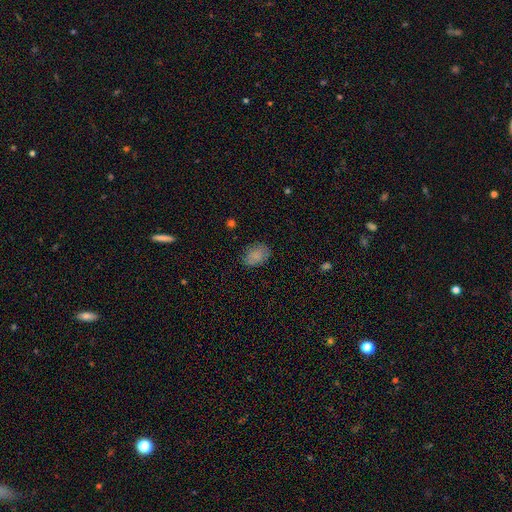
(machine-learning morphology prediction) type=smooth (83%); roundness=in between (74%); merging=none (81%).